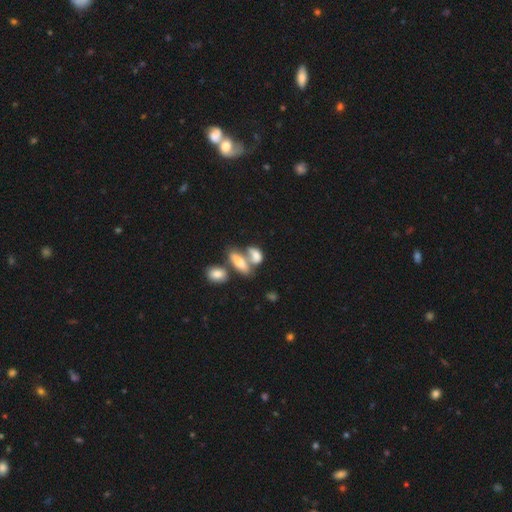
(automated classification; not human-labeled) smooth 68%, featured or disk 23%, star or artifact 9%. Down the decision tree: how rounded — in between (82%); merging — merger (56%).